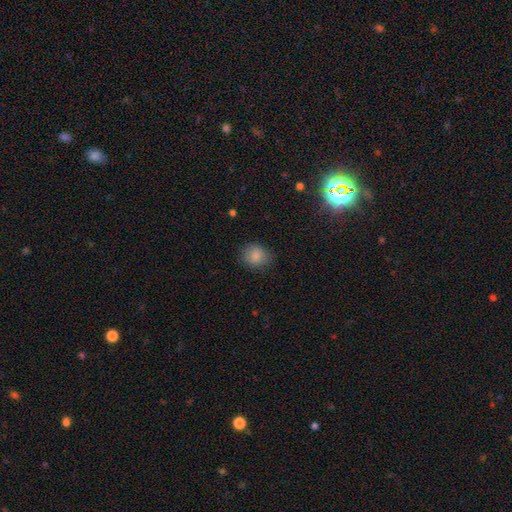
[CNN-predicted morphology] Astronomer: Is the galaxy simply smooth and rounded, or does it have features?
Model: smooth — 85%.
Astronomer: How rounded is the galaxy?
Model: round — 70%.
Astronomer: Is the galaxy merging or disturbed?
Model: none — 81%.